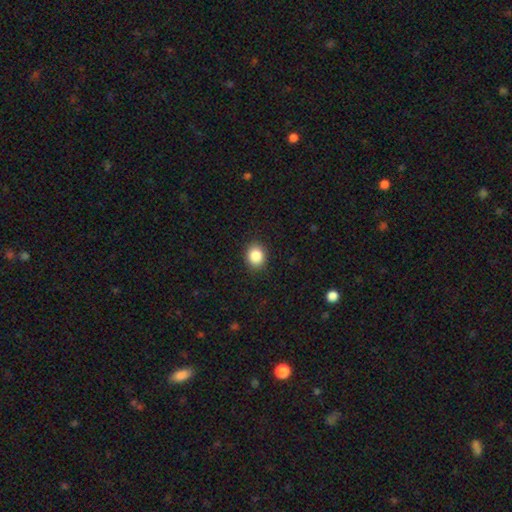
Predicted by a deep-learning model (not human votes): smooth-or-featured: smooth: 87% | star or artifact: 9% | featured or disk: 4%
  how-rounded: round: 60% | in between: 39% | cigar-shaped: 1%
  merging: none: 90% | minor disturbance: 7% | major disturbance: 2% | merger: 1%